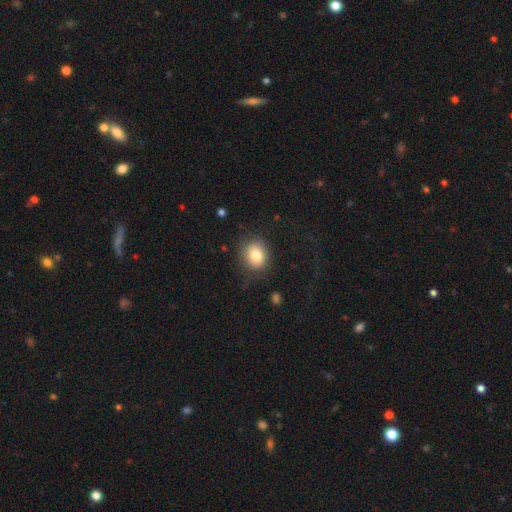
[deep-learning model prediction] A smooth galaxy with no disk features (81%) that is round (69%).

Vote fractions:
- Smooth or featured? smooth: 81% / star or artifact: 9% / featured or disk: 9%
- How rounded? round: 69% / in between: 30% / cigar-shaped: 1%
- Merging? none: 76% / minor disturbance: 16% / major disturbance: 7% / merger: 1%